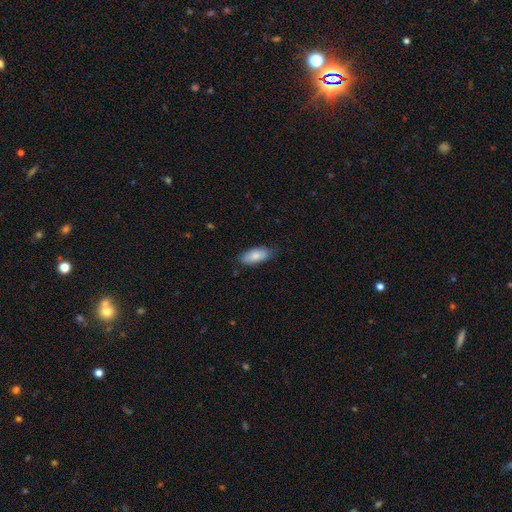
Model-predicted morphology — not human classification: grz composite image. It shows a smooth galaxy with no disk features (82%) that is in between round and cigar-shaped (87%). Merging: none (80%).